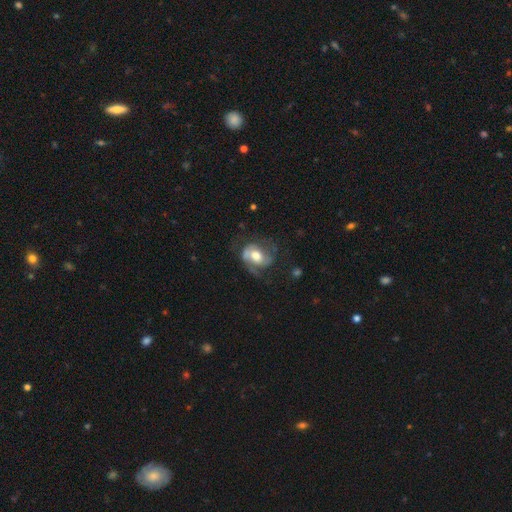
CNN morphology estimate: featured or disk 67%, smooth 26%, star or artifact 7%. Down the decision tree: edge-on disk — no (97%); bar — no (53%); spiral arms — yes (84%); spiral arm count — 2 (64%); spiral winding — medium (45%); bulge size — moderate (58%); merging — none (48%).